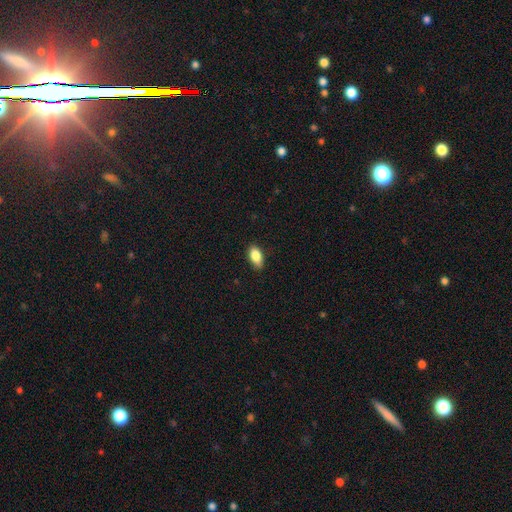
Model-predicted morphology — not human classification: Smooth or featured?
  - smooth: 85% *
  - featured or disk: 7%
  - star or artifact: 7%
How rounded?
  - in between: 90% *
  - round: 5%
  - cigar-shaped: 5%
Merging?
  - none: 83% *
  - minor disturbance: 14%
  - major disturbance: 2%
  - merger: 1%